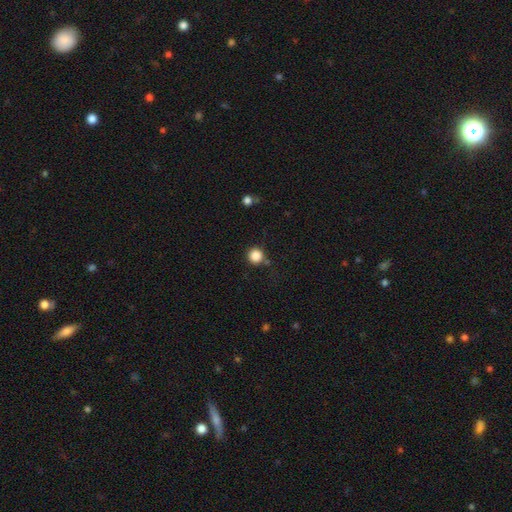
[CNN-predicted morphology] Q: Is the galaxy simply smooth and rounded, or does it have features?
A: smooth — 86%.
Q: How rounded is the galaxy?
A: round — 95%.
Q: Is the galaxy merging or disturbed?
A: none — 82%.